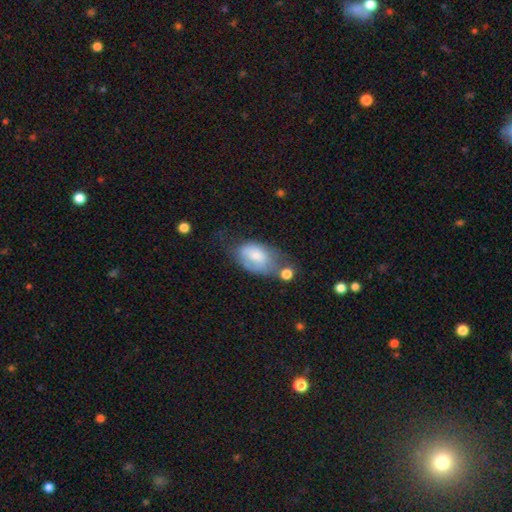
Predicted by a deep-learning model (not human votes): This is likely a smooth galaxy (61%). How rounded: clearly in between (89%). Merging: marginally minor disturbance (30%).